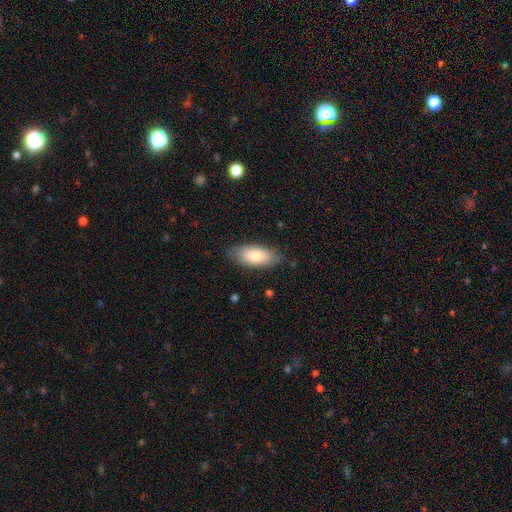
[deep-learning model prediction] Smooth or featured? smooth (77%)
How rounded? in between (86%)
Merging? none (84%)